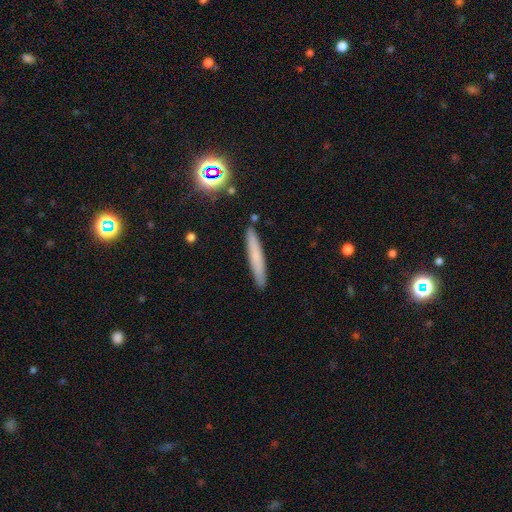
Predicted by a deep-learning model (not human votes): Morphology: type=smooth (69%); roundness=cigar-shaped (95%); merging=none (90%).